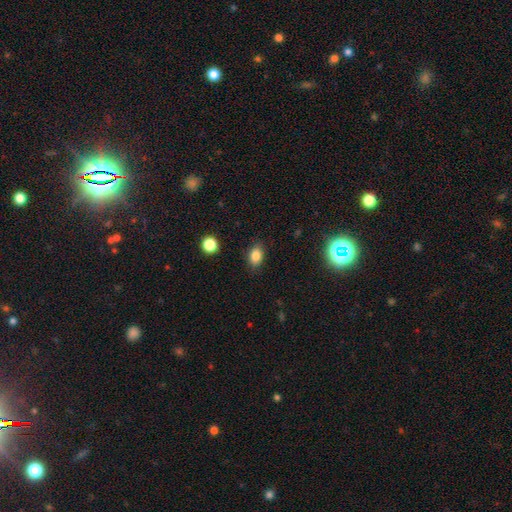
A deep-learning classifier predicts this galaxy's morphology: type=smooth (83%); roundness=in between (78%); merging=none (85%).